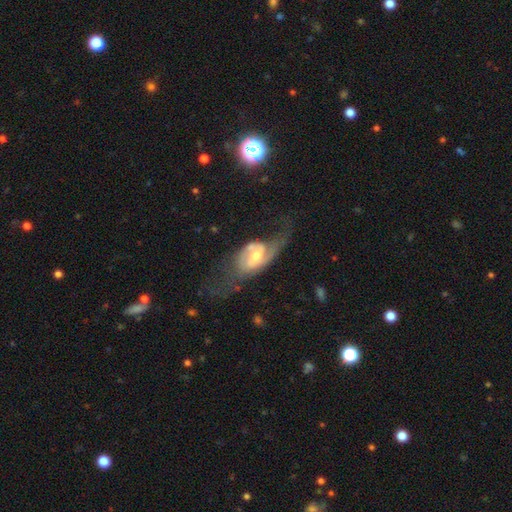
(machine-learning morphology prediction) Overall: featured or disk (82%). Edge-on disk: no (95%). Bar: weak (47%; strong 28%). Spiral arms: yes (91%). Spiral arm count: 2 (81%). Spiral winding: loose (47%; medium 38%). Bulge size: moderate (55%; small 35%). Merging: none (40%; major disturbance 37%).